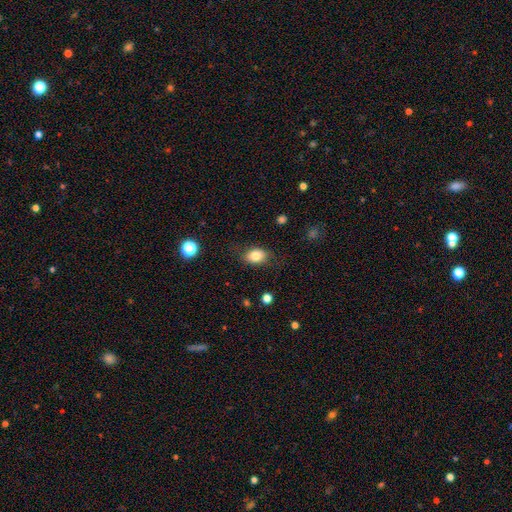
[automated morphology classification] smooth_or_featured: smooth (p=0.82) [alt: featured or disk p=0.09]
how_rounded: in between (p=0.72) [alt: round p=0.27]
merging: none (p=0.77) [alt: minor disturbance p=0.16]